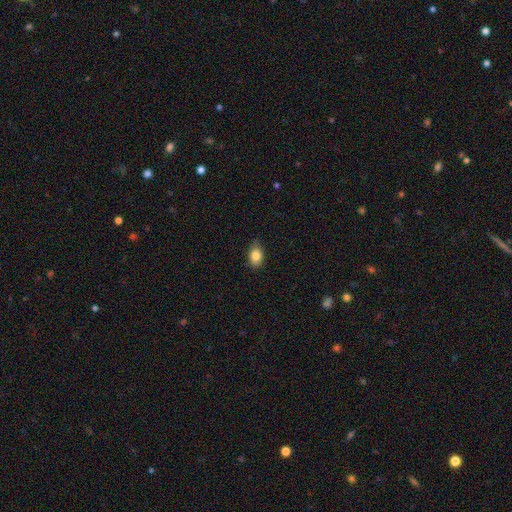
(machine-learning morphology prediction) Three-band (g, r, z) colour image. It shows a smooth galaxy with no disk features (83%) that is in between round and cigar-shaped (81%). Merging: none (76%).